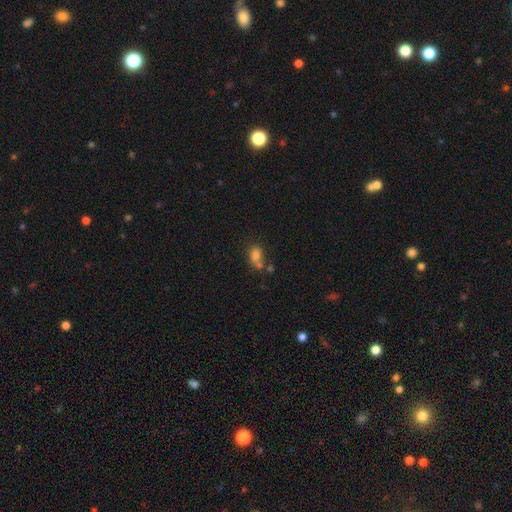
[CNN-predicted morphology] smooth_or_featured: smooth (p=0.76) [alt: star or artifact p=0.15]
how_rounded: in between (p=0.74) [alt: round p=0.23]
merging: none (p=0.48) [alt: merger p=0.31]